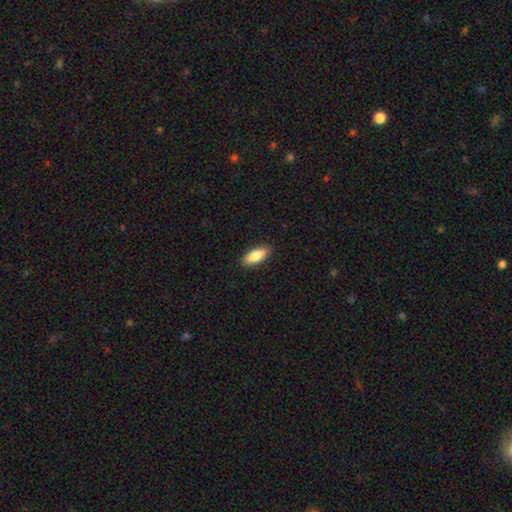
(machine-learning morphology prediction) type=smooth (82%); roundness=in between (74%); merging=none (89%).